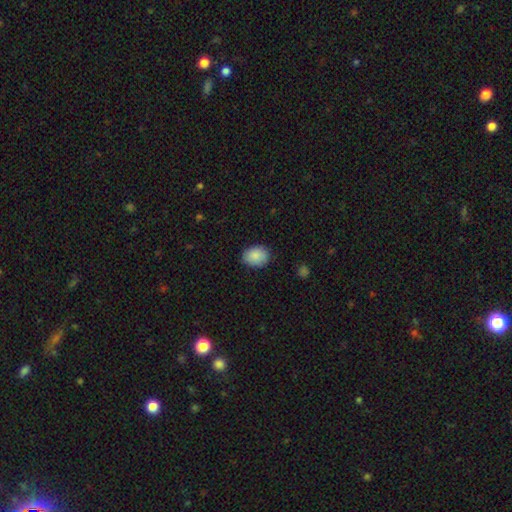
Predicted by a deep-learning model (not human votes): A smooth galaxy with no disk features (88%) that is in between round and cigar-shaped (57%). Merging: none (81%).